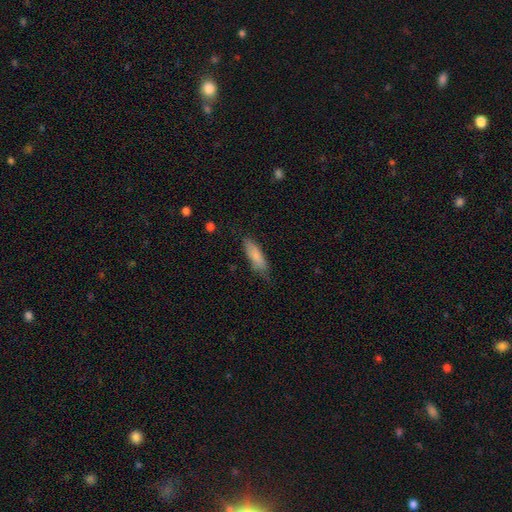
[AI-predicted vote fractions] Q: Smooth or featured?
A: smooth (81%); runner-up: featured or disk (13%)
Q: How rounded?
A: in between (52%); runner-up: cigar-shaped (46%)
Q: Merging?
A: none (68%); runner-up: minor disturbance (25%)